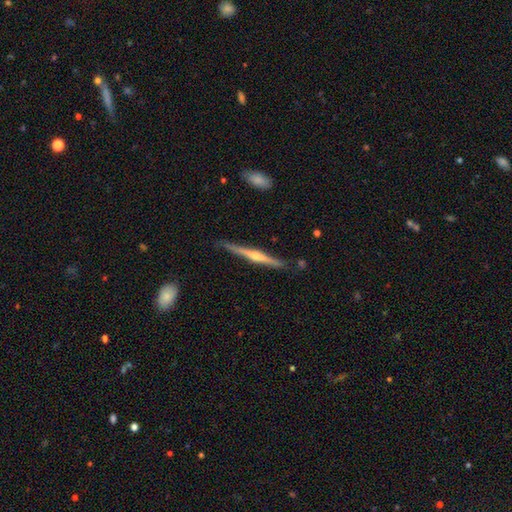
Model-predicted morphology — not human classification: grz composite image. It shows a featured or disk galaxy (76%) viewed edge-on (98%) with a rounded central bulge (84%). Merging: none (85%).